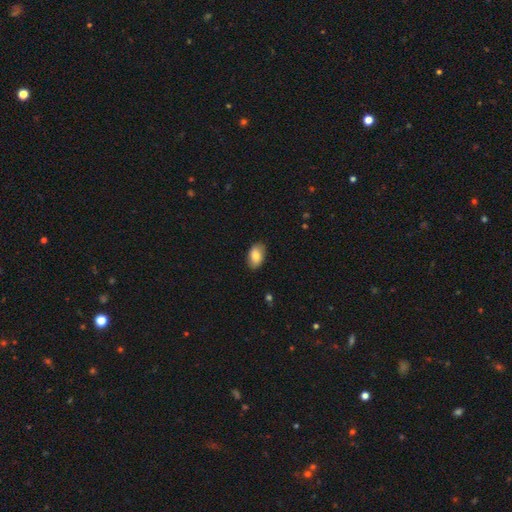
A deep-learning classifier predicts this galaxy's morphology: Smooth or featured?
  - smooth: 82% *
  - featured or disk: 11%
  - star or artifact: 7%
How rounded?
  - in between: 91% *
  - round: 8%
  - cigar-shaped: 1%
Merging?
  - none: 83% *
  - minor disturbance: 13%
  - major disturbance: 2%
  - merger: 1%